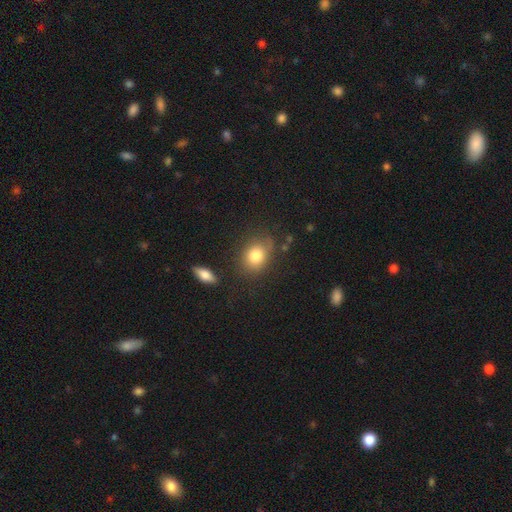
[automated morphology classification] smooth_or_featured: smooth (p=0.81) [alt: featured or disk p=0.10]
how_rounded: in between (p=0.54) [alt: round p=0.45]
merging: none (p=0.73) [alt: minor disturbance p=0.17]